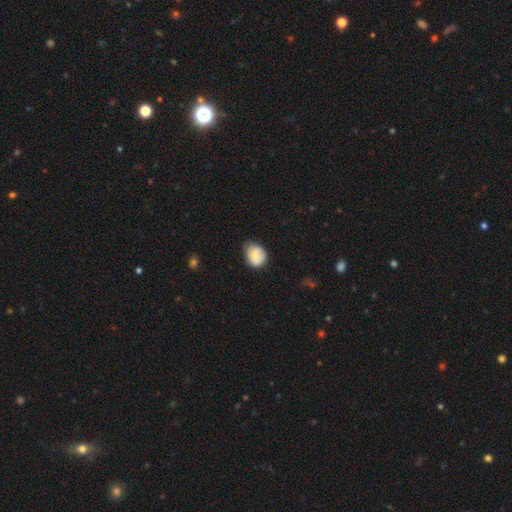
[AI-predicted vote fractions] Q: Smooth or featured?
A: smooth (69%); runner-up: featured or disk (24%)
Q: How rounded?
A: in between (52%); runner-up: round (47%)
Q: Merging?
A: none (52%); runner-up: minor disturbance (38%)